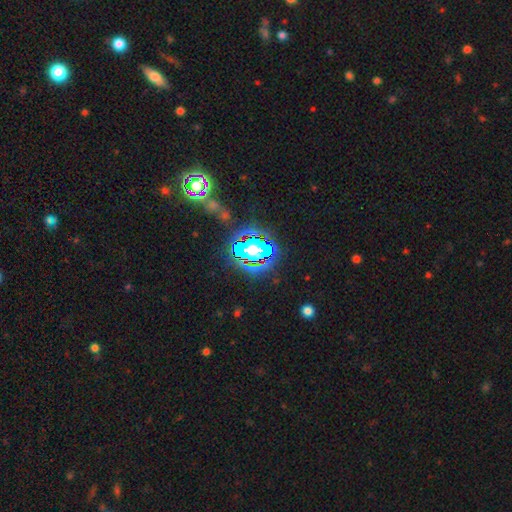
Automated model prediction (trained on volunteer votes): Smooth or featured? star or artifact (59%)